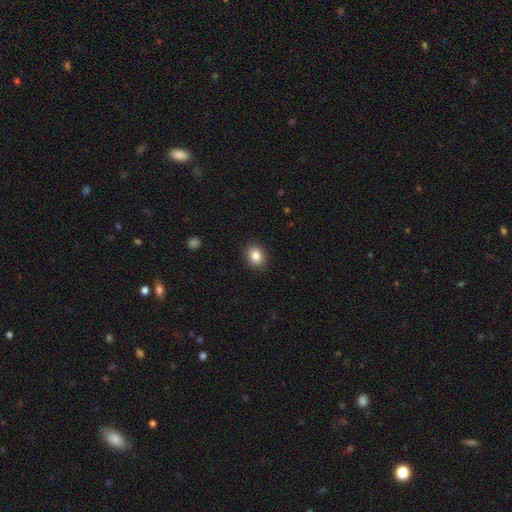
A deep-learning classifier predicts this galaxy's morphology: A smooth galaxy with no disk features (85%) that is in between round and cigar-shaped (52%).

Vote fractions:
- Smooth or featured? smooth: 85% / star or artifact: 9% / featured or disk: 6%
- How rounded? in between: 52% / round: 47% / cigar-shaped: 1%
- Merging? none: 89% / minor disturbance: 8% / major disturbance: 2% / merger: 1%